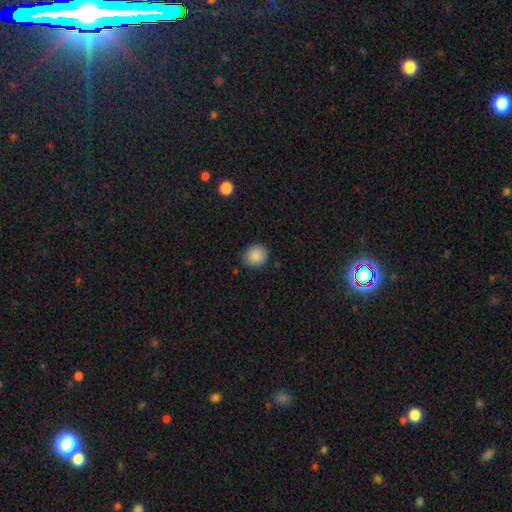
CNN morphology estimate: type=smooth (88%); roundness=round (80%); merging=none (86%).